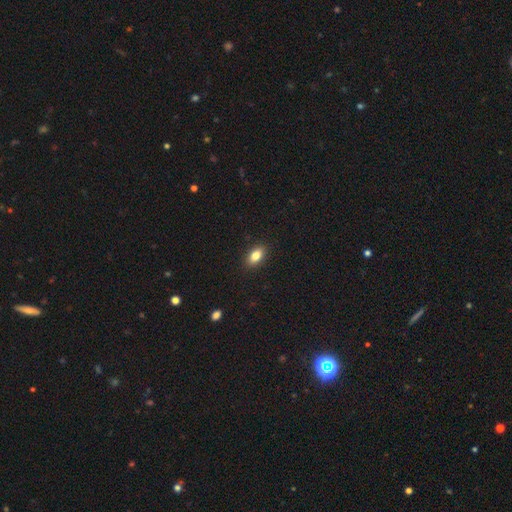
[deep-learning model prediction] This appears to be a smooth galaxy with no disk features (82%) that is in between round and cigar-shaped (89%). Merging: none (89%).